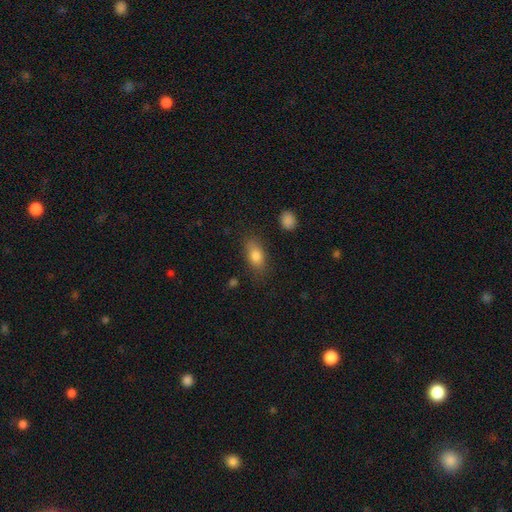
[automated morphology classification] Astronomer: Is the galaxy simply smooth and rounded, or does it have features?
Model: smooth — 81%.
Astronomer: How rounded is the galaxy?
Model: in between — 84%.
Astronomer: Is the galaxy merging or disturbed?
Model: none — 79%.